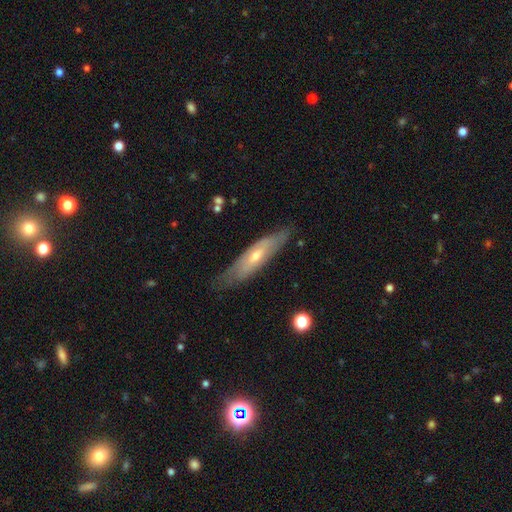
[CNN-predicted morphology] featured or disk 58%, smooth 35%, star or artifact 6%. Down the decision tree: edge-on disk — no (51%); merging — none (75%).